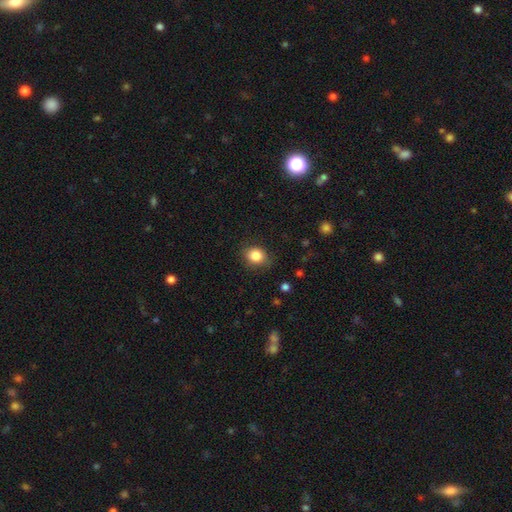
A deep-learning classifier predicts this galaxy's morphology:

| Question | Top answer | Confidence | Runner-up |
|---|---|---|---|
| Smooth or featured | smooth | 85% | star or artifact (10%) |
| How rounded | round | 60% | in between (39%) |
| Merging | none | 82% | minor disturbance (13%) |